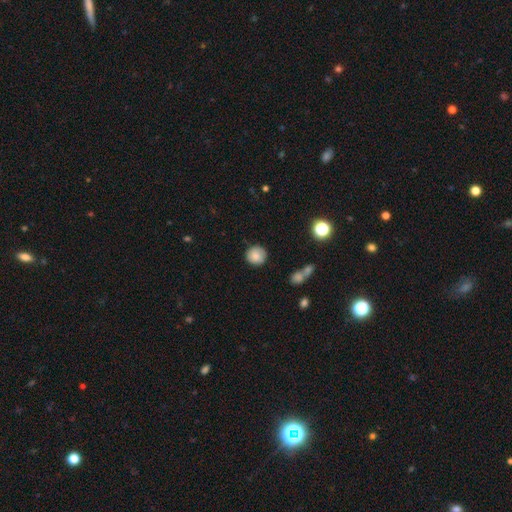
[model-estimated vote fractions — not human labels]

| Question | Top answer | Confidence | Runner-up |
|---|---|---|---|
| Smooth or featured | smooth | 82% | featured or disk (9%) |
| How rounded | round | 90% | in between (9%) |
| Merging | none | 81% | minor disturbance (14%) |